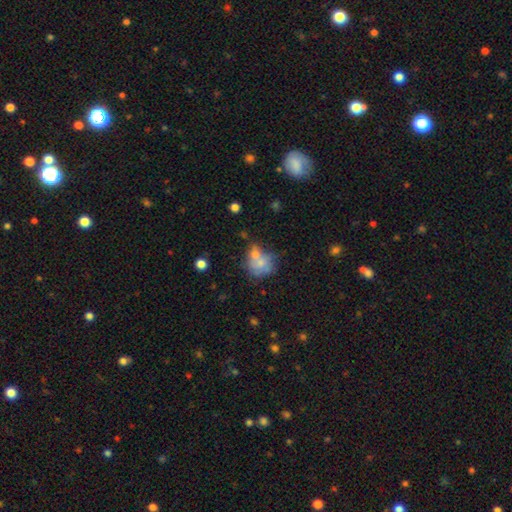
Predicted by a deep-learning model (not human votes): Smooth or featured?
  - smooth: 58% *
  - featured or disk: 25%
  - star or artifact: 17%
How rounded?
  - round: 66% *
  - in between: 32%
  - cigar-shaped: 2%
Merging?
  - none: 42% *
  - merger: 34%
  - minor disturbance: 16%
  - major disturbance: 8%